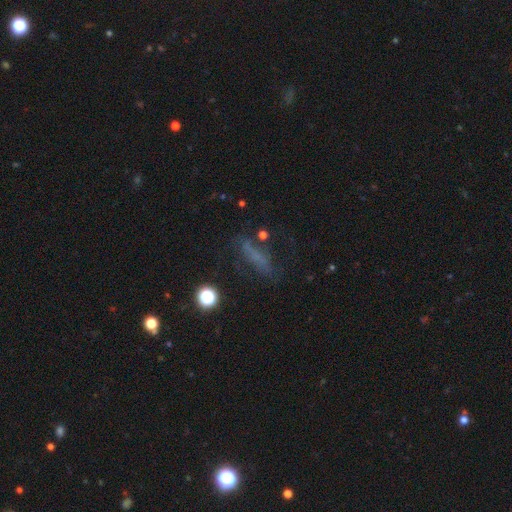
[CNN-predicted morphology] The model was most divided on "smooth or featured": smooth: 50%, featured or disk: 27%, star or artifact: 23%. More confident: merging — none (63%).